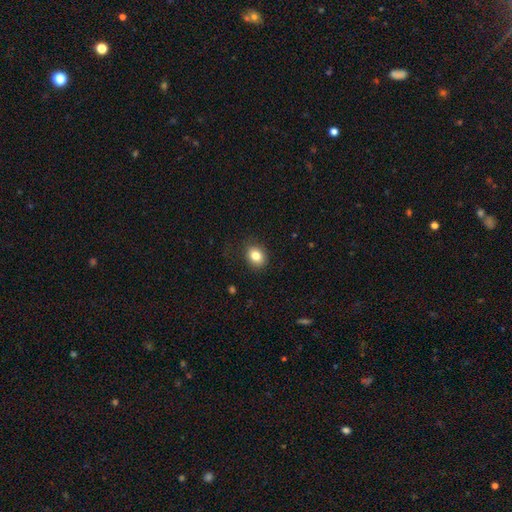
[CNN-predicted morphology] Smooth or featured? smooth (83%)
How rounded? in between (53%)
Merging? none (84%)